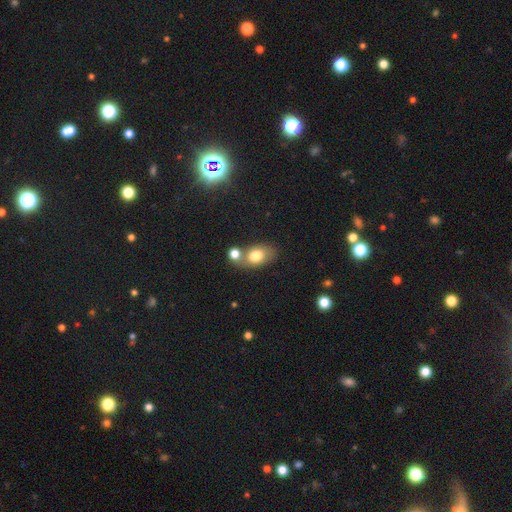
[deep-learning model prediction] Smooth or featured? smooth (75%)
How rounded? in between (77%)
Merging? none (53%)